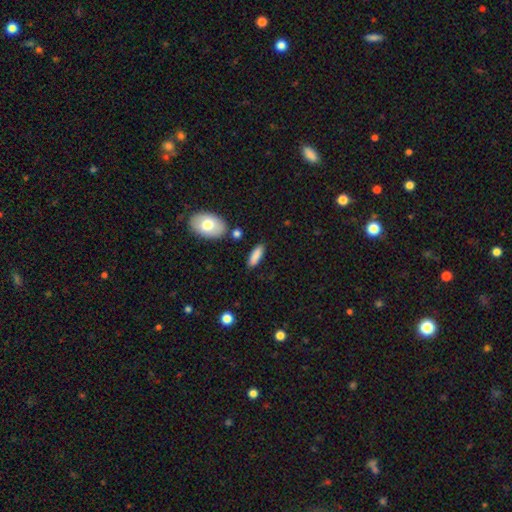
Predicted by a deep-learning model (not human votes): smooth-or-featured: smooth: 85% | featured or disk: 9% | star or artifact: 6%
  how-rounded: in between: 55% | cigar-shaped: 42% | round: 2%
  merging: none: 81% | minor disturbance: 11% | merger: 4% | major disturbance: 3%